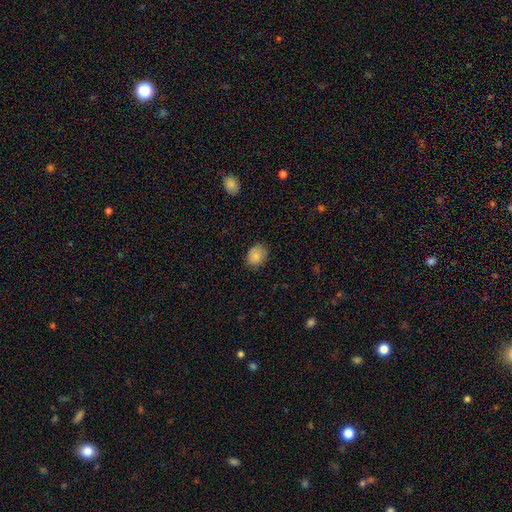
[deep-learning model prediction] Smooth or featured? Predicted: smooth (p=0.85). How rounded? Predicted: round (p=0.56). Merging? Predicted: none (p=0.78).